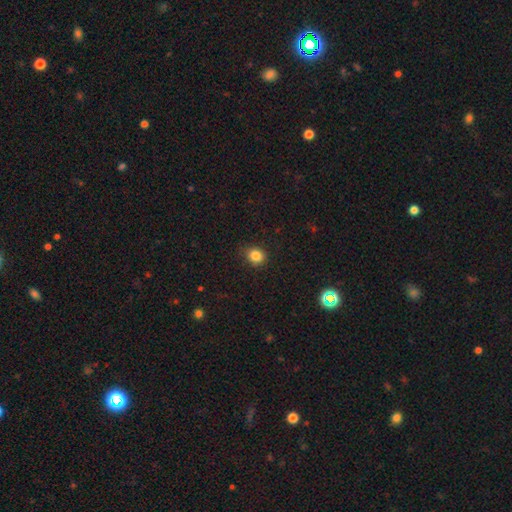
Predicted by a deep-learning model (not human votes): smooth-or-featured: smooth: 84% | star or artifact: 12% | featured or disk: 5%
  how-rounded: round: 73% | in between: 26% | cigar-shaped: 1%
  merging: none: 83% | minor disturbance: 13% | major disturbance: 3% | merger: 1%